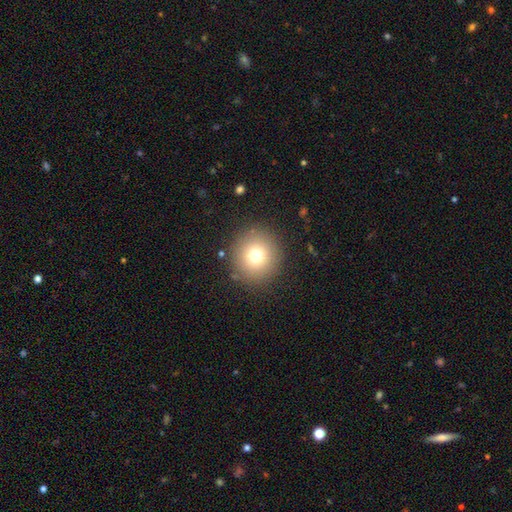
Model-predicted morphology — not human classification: This is likely a smooth galaxy (75%). How rounded: clearly round (94%). Merging: clearly none (88%).